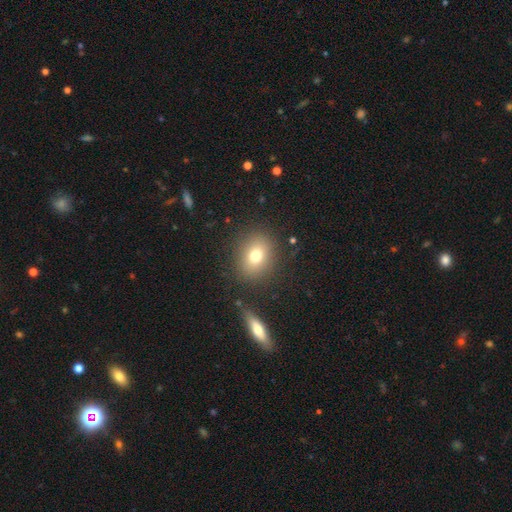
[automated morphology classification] This is likely a smooth galaxy (74%). How rounded: possibly round (53%). Merging: clearly none (84%).